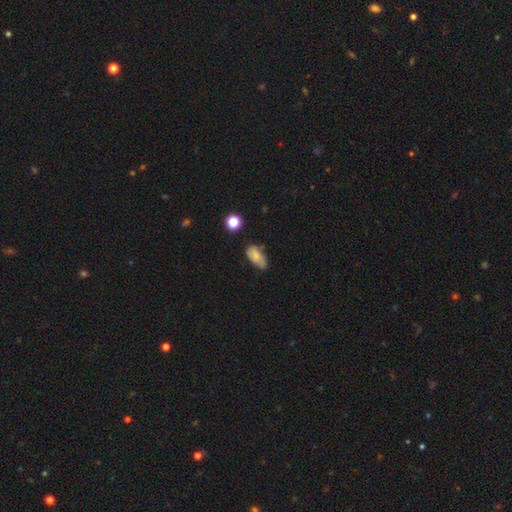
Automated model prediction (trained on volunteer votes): Smooth or featured? smooth (73%)
How rounded? in between (89%)
Merging? none (48%)